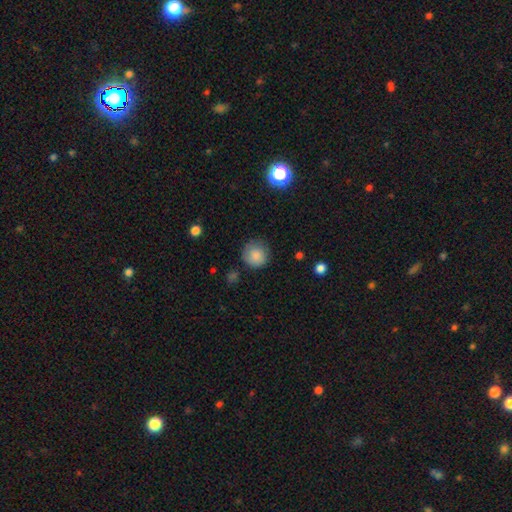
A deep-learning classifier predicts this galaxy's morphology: Q: Smooth or featured?
A: smooth (85%); runner-up: star or artifact (9%)
Q: How rounded?
A: round (93%); runner-up: in between (6%)
Q: Merging?
A: none (80%); runner-up: minor disturbance (15%)